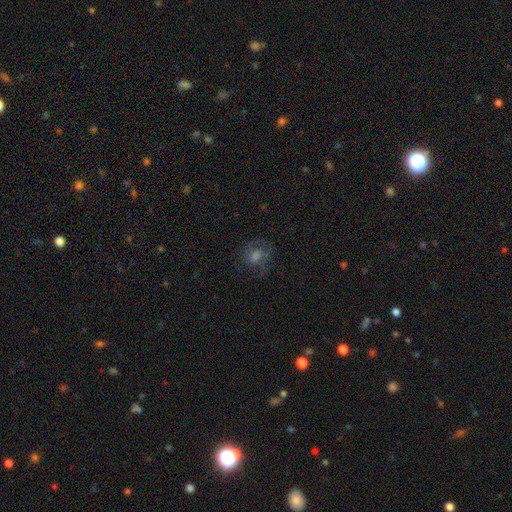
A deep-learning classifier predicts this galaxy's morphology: The model was most divided on "smooth or featured": smooth: 40%, featured or disk: 39%, star or artifact: 22%. More confident: merging — none (69%).